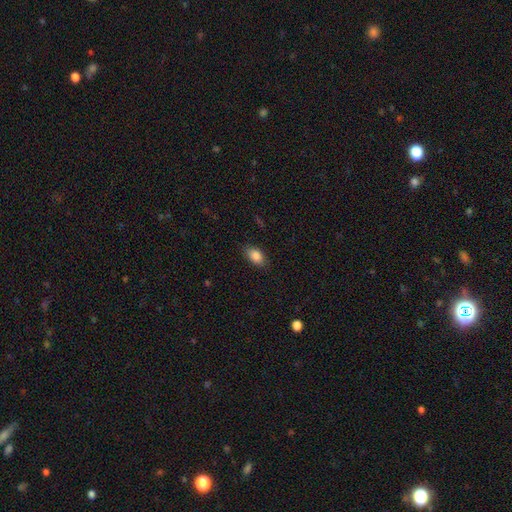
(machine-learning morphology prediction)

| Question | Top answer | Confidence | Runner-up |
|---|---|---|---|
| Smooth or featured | smooth | 86% | star or artifact (8%) |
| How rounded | in between | 90% | round (7%) |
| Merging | none | 84% | minor disturbance (12%) |